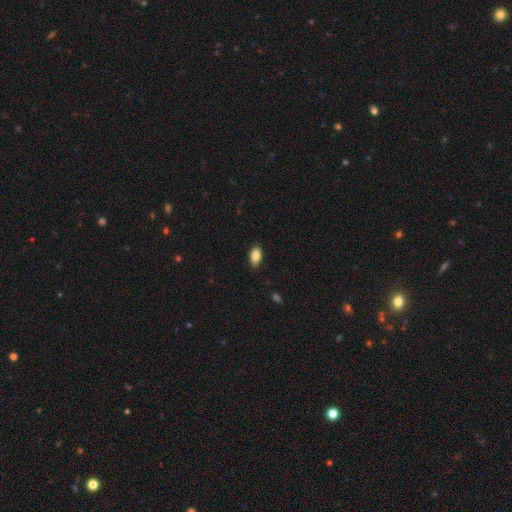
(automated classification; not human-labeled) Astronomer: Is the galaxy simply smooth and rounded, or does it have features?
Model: smooth — 86%.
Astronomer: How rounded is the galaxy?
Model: in between — 92%.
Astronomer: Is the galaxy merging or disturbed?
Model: none — 85%.